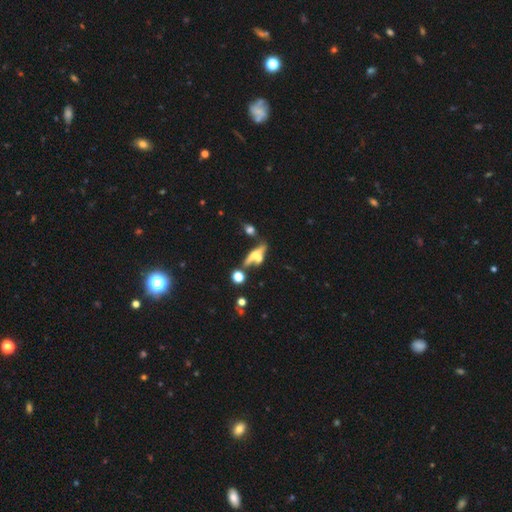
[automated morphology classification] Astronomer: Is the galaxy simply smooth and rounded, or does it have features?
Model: featured or disk — 52% (runner-up: smooth, 37%).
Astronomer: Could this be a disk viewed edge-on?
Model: yes — 74%.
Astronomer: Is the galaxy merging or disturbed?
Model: none — 45% (runner-up: merger, 32%).